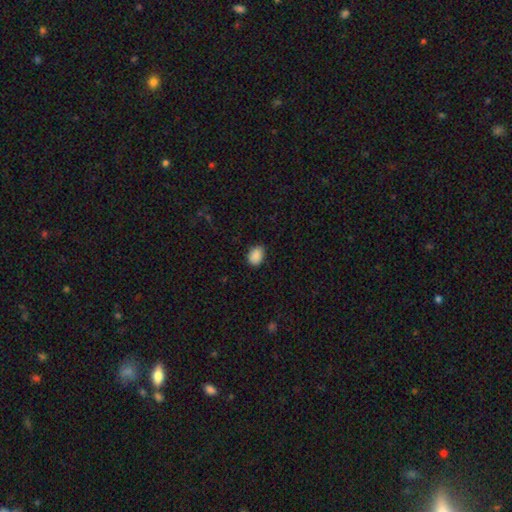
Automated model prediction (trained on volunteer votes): This is clearly a smooth galaxy (89%). How rounded: likely in between (70%). Merging: clearly none (81%).